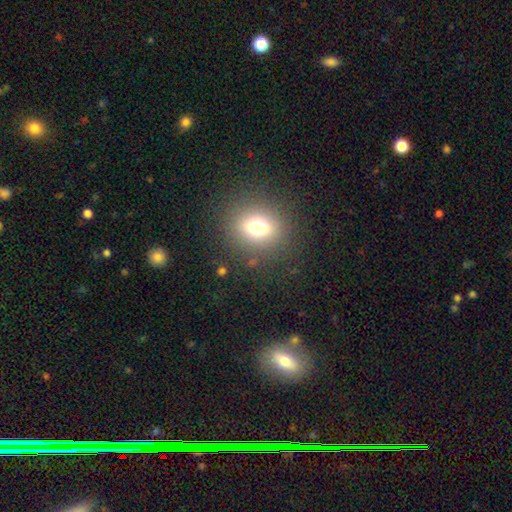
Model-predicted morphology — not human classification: A smooth galaxy with no disk features (71%) that is round (53%). Merging: none (87%).